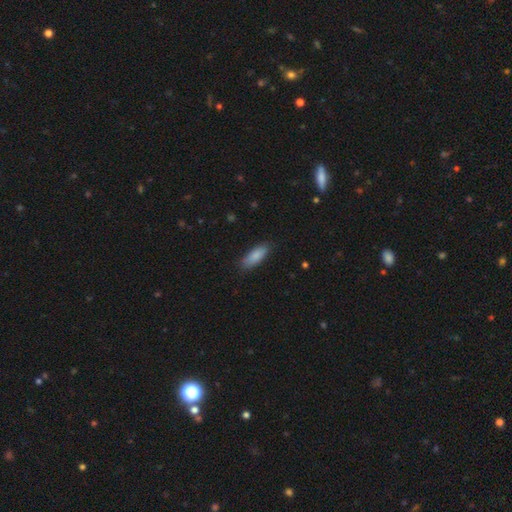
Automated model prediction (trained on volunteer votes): smooth 86%, featured or disk 8%, star or artifact 6%. Down the decision tree: how rounded — in between (65%); merging — none (82%).